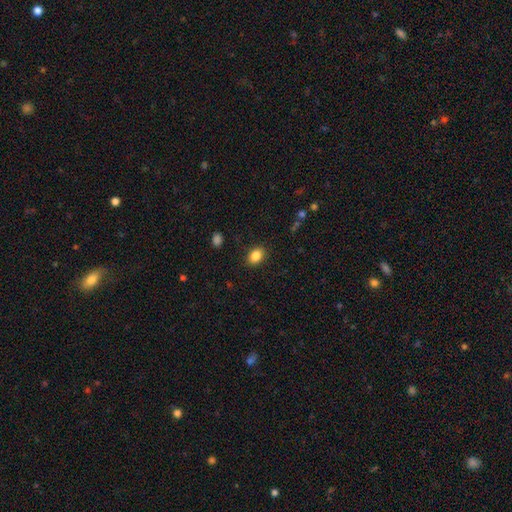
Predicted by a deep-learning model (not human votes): Smooth or featured?
  - smooth: 85% *
  - star or artifact: 9%
  - featured or disk: 5%
How rounded?
  - in between: 71% *
  - round: 28%
  - cigar-shaped: 1%
Merging?
  - none: 87% *
  - minor disturbance: 9%
  - major disturbance: 3%
  - merger: 1%